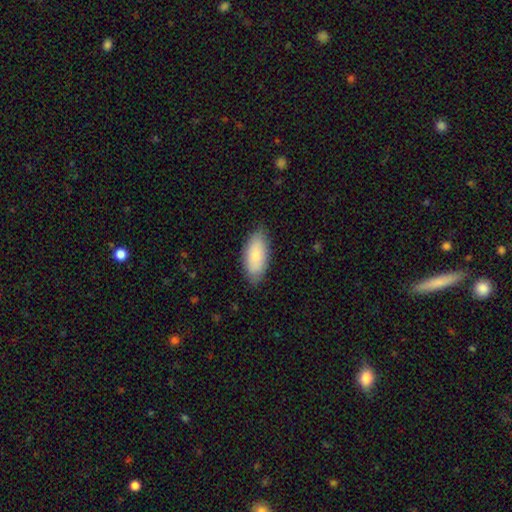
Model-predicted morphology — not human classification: Smooth or featured: smooth — 83% (featured or disk — 12%)
How rounded: in between — 87% (cigar-shaped — 11%)
Merging: none — 82% (minor disturbance — 15%)